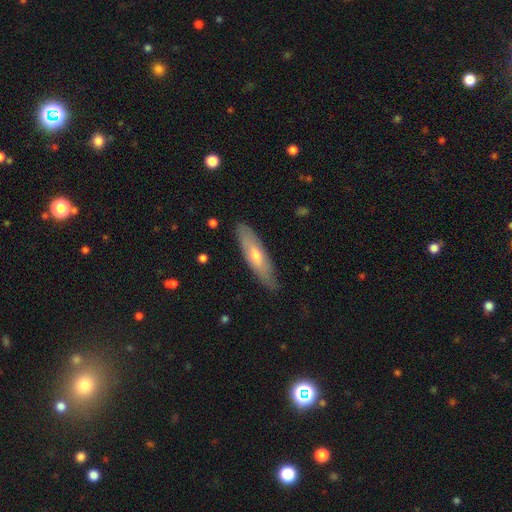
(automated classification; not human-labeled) Morphology: type=smooth (51%); roundness=cigar-shaped (68%); merging=none (81%).